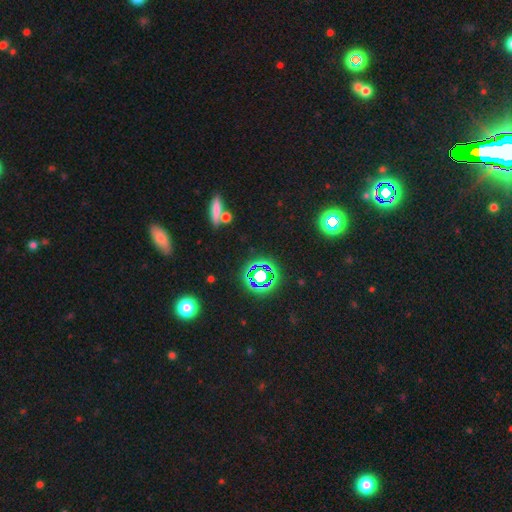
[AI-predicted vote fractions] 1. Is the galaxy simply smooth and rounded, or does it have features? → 70% star or artifact, 22% smooth, 8% featured or disk.